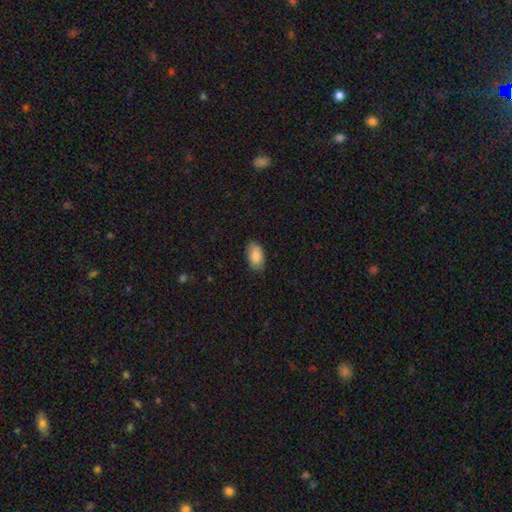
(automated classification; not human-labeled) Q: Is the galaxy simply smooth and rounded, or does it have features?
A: smooth — 87%.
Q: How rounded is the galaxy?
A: in between — 94%.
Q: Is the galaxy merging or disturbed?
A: none — 82%.